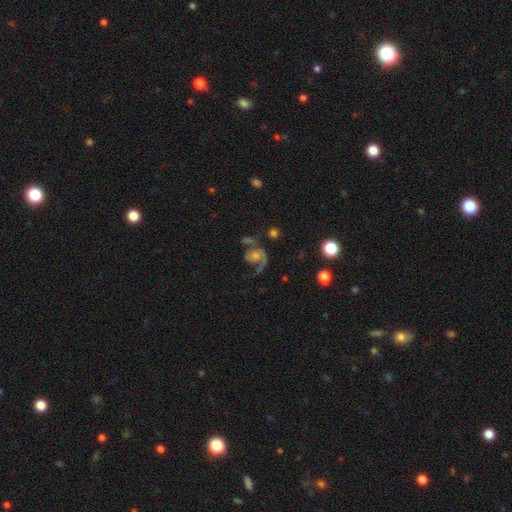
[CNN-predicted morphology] The model was most divided on "merging": none: 37%, major disturbance: 36%, minor disturbance: 16%, merger: 12%. Remaining: edge-on disk — no (98%); spiral arms — yes (90%); smooth or featured — featured or disk (75%); bar — no (72%); spiral arm count — 1 (68%); spiral winding — loose (43%); bulge size — small (43%).